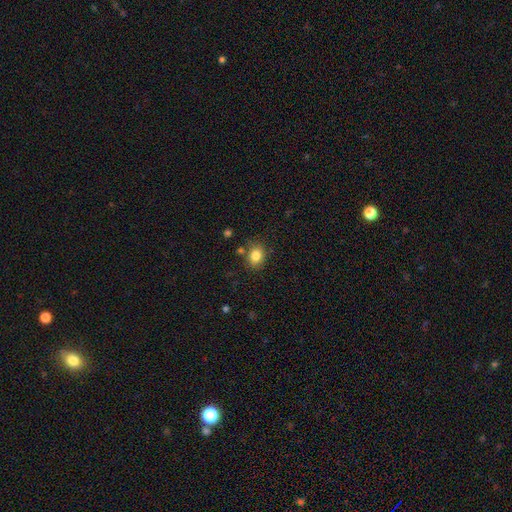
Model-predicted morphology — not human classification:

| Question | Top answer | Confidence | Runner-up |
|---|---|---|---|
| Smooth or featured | smooth | 82% | star or artifact (10%) |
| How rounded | round | 56% | in between (43%) |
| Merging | none | 77% | minor disturbance (13%) |